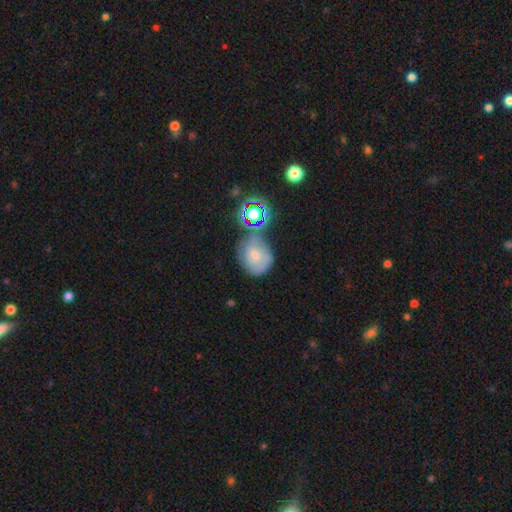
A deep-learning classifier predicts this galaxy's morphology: The model was most divided on "merging": none: 41%, minor disturbance: 26%, merger: 20%, major disturbance: 13%. More confident: how rounded — round (62%); smooth or featured — smooth (50%).